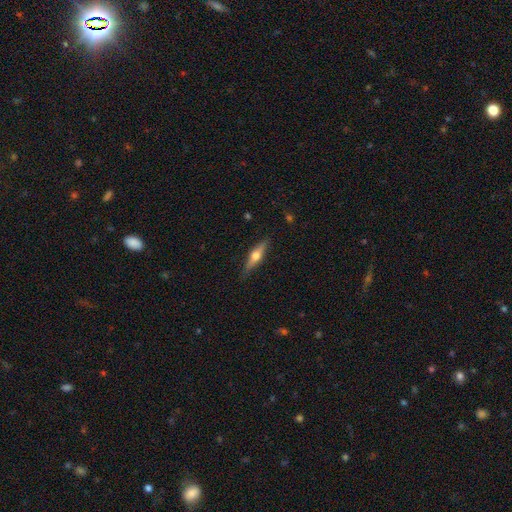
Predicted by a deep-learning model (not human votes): This appears to be a featured or disk galaxy (60%) viewed edge-on (95%) with a rounded central bulge (95%). Merging: none (86%).